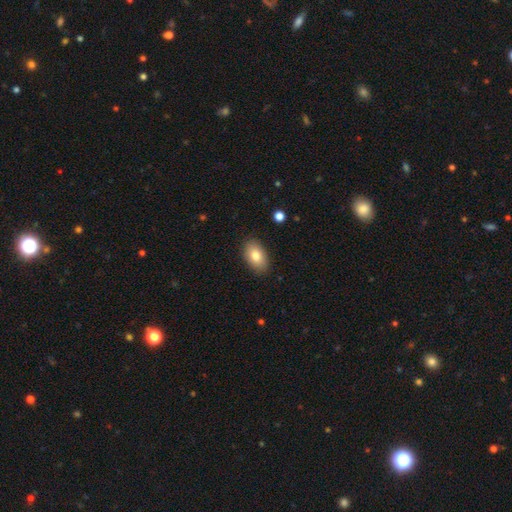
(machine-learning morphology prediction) smooth_or_featured: smooth (p=0.81) [alt: featured or disk p=0.11]
how_rounded: in between (p=0.92) [alt: round p=0.07]
merging: none (p=0.88) [alt: minor disturbance p=0.09]